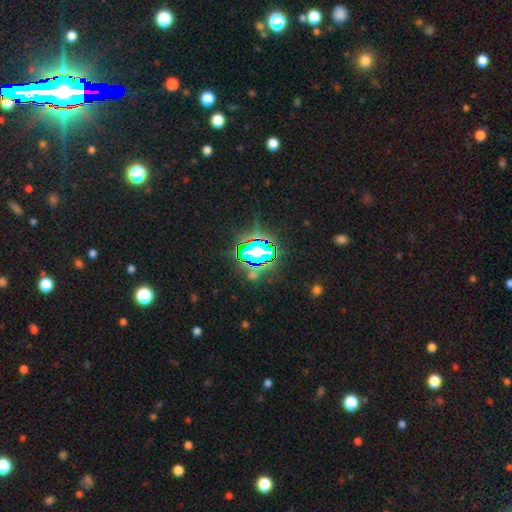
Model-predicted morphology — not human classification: A star or artifact, not a galaxy (78%).